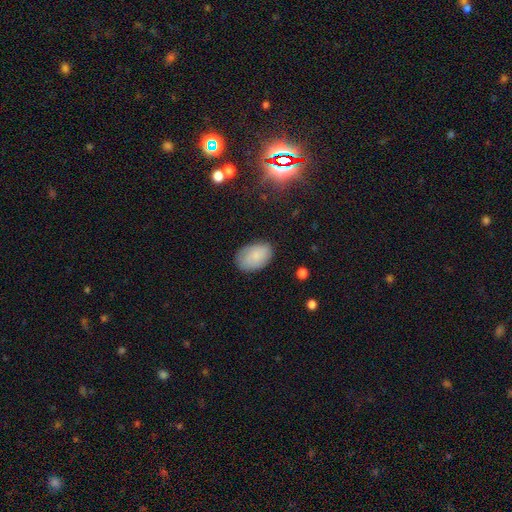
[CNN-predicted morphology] Smooth or featured?
  - smooth: 80% *
  - featured or disk: 12%
  - star or artifact: 8%
How rounded?
  - in between: 90% *
  - round: 9%
  - cigar-shaped: 1%
Merging?
  - none: 79% *
  - minor disturbance: 16%
  - major disturbance: 4%
  - merger: 1%